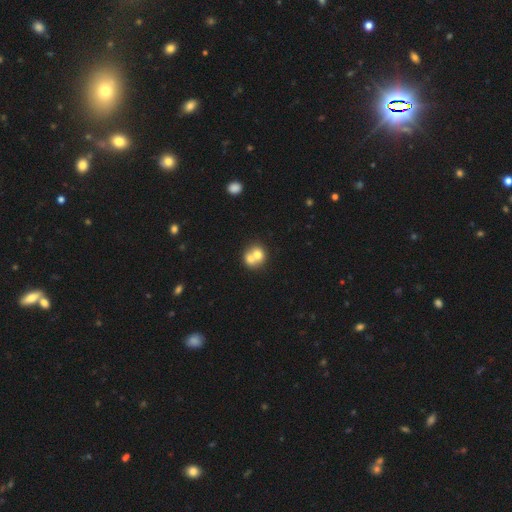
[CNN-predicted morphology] A smooth galaxy with no disk features (68%) that is round (73%). Merging: merger (68%).